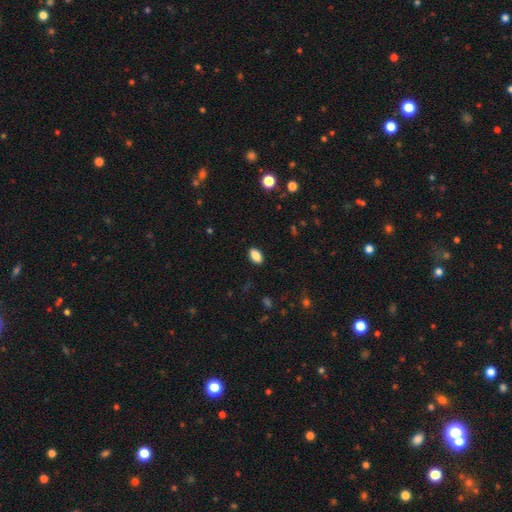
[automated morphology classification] type=smooth (87%); roundness=in between (91%); merging=none (89%).